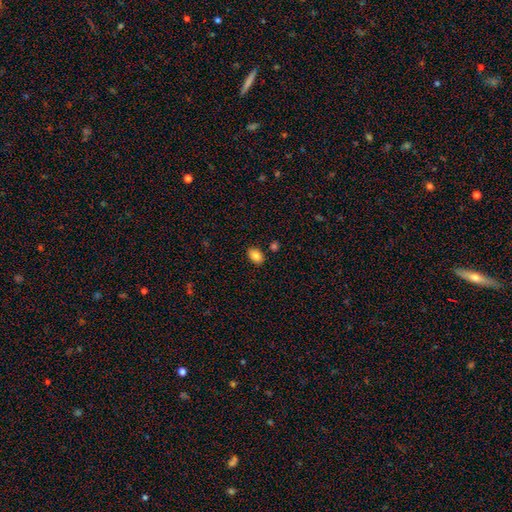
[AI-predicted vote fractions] This is clearly a smooth galaxy (84%). How rounded: clearly in between (81%). Merging: clearly none (85%).